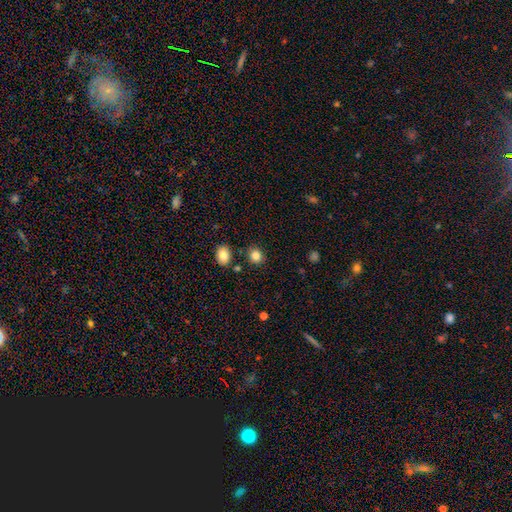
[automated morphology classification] Smooth or featured: smooth — 84% (star or artifact — 11%)
How rounded: round — 73% (in between — 26%)
Merging: none — 83% (minor disturbance — 9%)